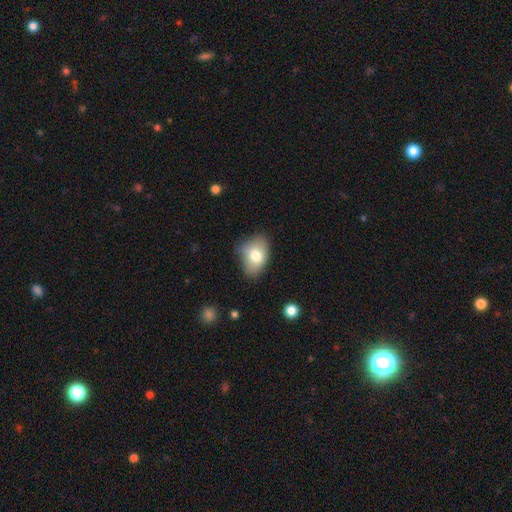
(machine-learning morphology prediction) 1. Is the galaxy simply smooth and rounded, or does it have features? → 75% smooth, 16% featured or disk, 9% star or artifact.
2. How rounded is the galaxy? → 82% in between, 17% round, 1% cigar-shaped.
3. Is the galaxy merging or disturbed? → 60% none, 30% minor disturbance, 8% major disturbance, 2% merger.